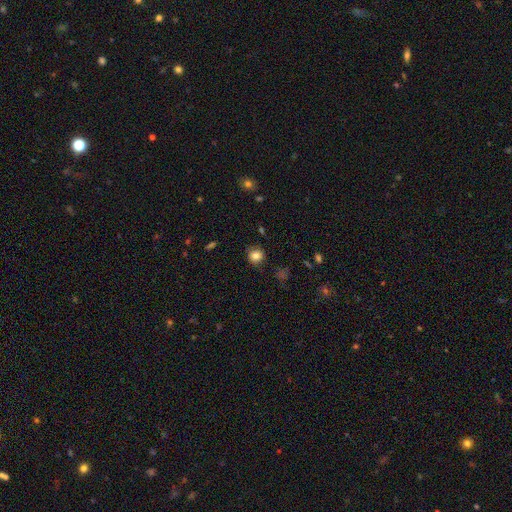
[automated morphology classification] The model was most divided on "merging": none: 82%, minor disturbance: 13%, major disturbance: 4%, merger: 1%. More confident: how rounded — round (85%); smooth or featured — smooth (82%).